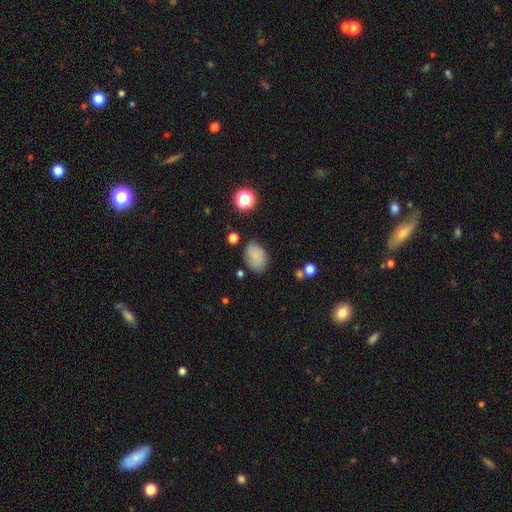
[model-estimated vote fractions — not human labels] smooth_or_featured: smooth (p=0.82) [alt: star or artifact p=0.10]
how_rounded: in between (p=0.80) [alt: round p=0.19]
merging: none (p=0.74) [alt: minor disturbance p=0.18]